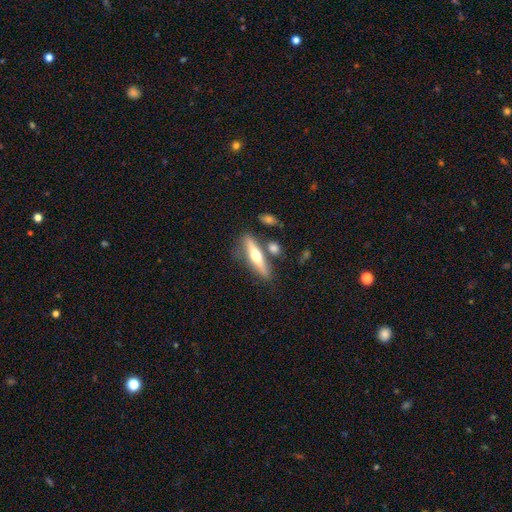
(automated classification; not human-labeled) Morphology: type=featured or disk (52%); edge-on=yes (90%); merging=none (73%).